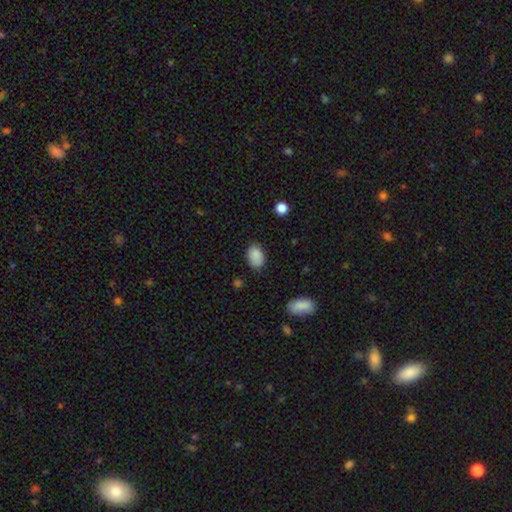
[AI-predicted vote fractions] smooth 88%, star or artifact 8%, featured or disk 5%. Down the decision tree: how rounded — in between (85%); merging — none (78%).